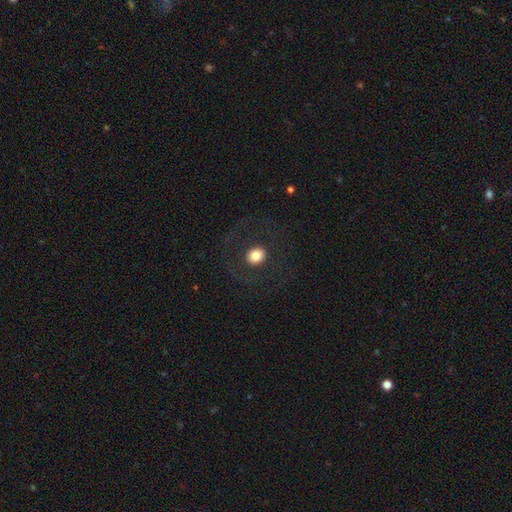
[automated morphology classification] A smooth galaxy with no disk features (73%) that is round (62%).

Vote fractions:
- Smooth or featured? smooth: 73% / featured or disk: 17% / star or artifact: 9%
- How rounded? round: 62% / in between: 37% / cigar-shaped: 1%
- Merging? none: 81% / minor disturbance: 9% / major disturbance: 9% / merger: 1%